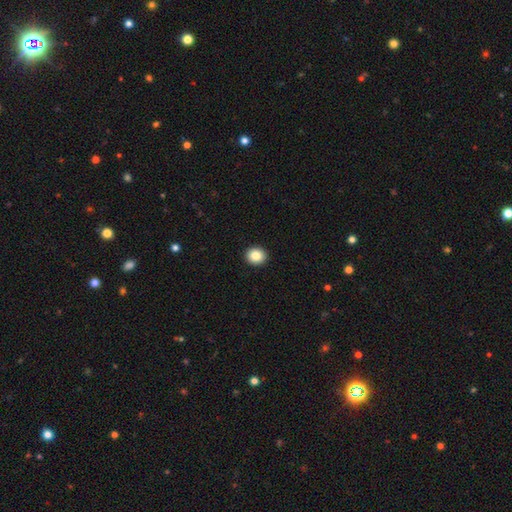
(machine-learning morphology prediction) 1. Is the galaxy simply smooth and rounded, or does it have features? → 85% smooth, 9% star or artifact, 5% featured or disk.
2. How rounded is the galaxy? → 80% round, 19% in between, 1% cigar-shaped.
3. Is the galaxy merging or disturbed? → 93% none, 5% minor disturbance, 1% major disturbance, 1% merger.